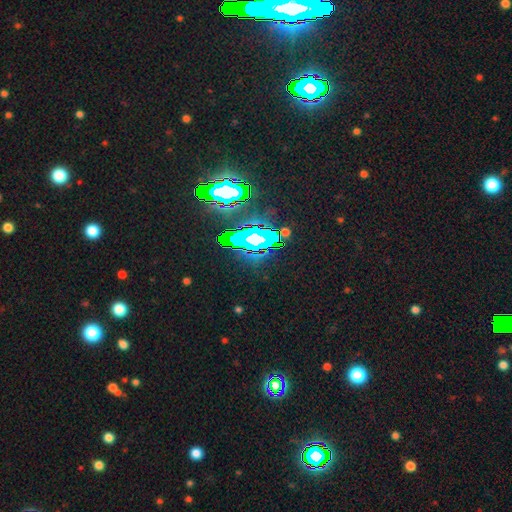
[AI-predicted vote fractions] This is clearly a star or artifact rather than a galaxy (81%).